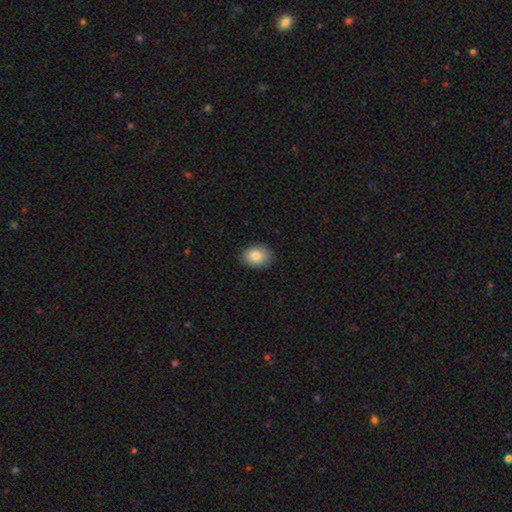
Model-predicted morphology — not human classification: Q: Smooth or featured?
A: smooth (86%); runner-up: star or artifact (7%)
Q: How rounded?
A: in between (70%); runner-up: round (29%)
Q: Merging?
A: none (86%); runner-up: minor disturbance (11%)